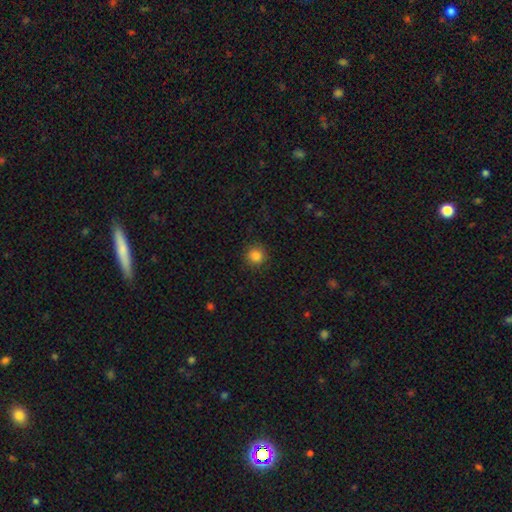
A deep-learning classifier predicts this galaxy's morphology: type=smooth (85%); roundness=round (93%); merging=none (90%).